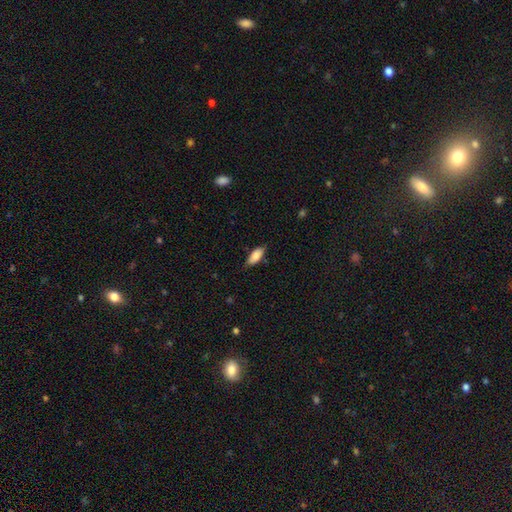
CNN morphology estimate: smooth-or-featured: smooth: 83% | featured or disk: 10% | star or artifact: 7%
  how-rounded: in between: 83% | cigar-shaped: 15% | round: 2%
  merging: none: 77% | minor disturbance: 19% | major disturbance: 3% | merger: 1%